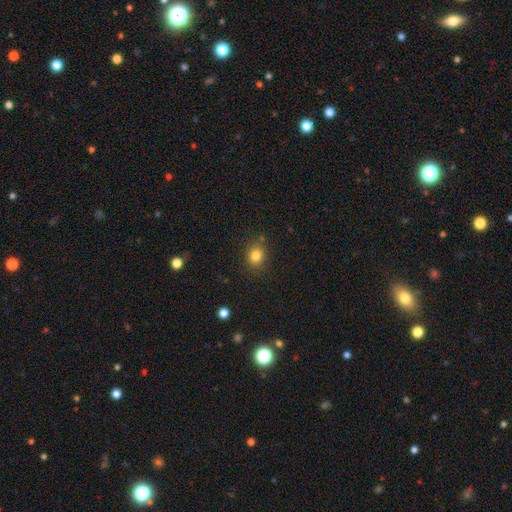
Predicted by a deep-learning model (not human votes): Smooth or featured?
  - smooth: 83% *
  - star or artifact: 12%
  - featured or disk: 5%
How rounded?
  - round: 71% *
  - in between: 28%
  - cigar-shaped: 1%
Merging?
  - none: 82% *
  - minor disturbance: 11%
  - merger: 4%
  - major disturbance: 3%